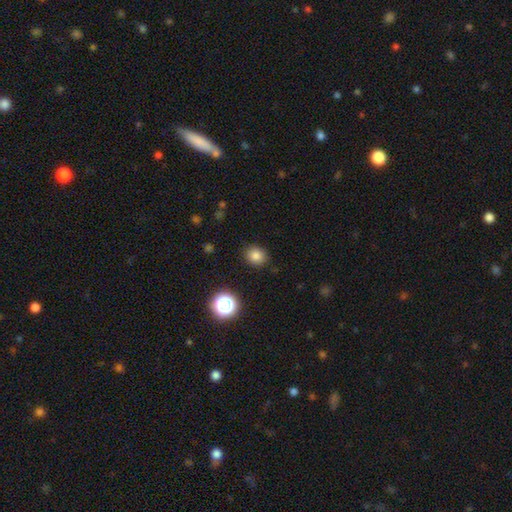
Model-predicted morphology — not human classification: type=smooth (82%); roundness=round (80%); merging=none (89%).